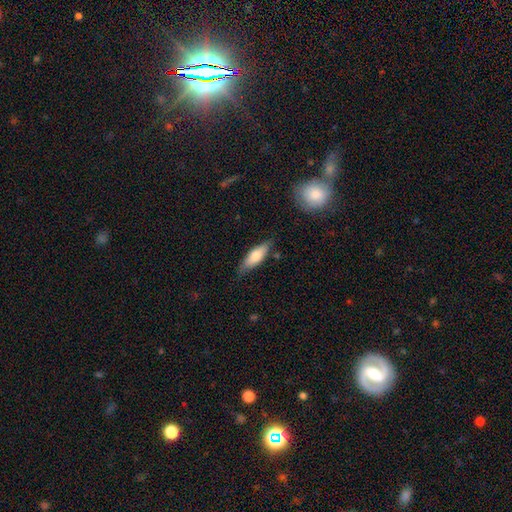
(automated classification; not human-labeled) The model was most divided on "how rounded": in between: 59%, cigar-shaped: 39%, round: 2%. More confident: merging — none (72%); smooth or featured — smooth (70%).